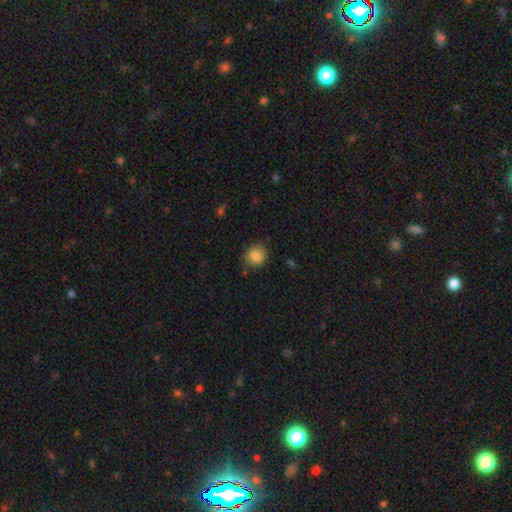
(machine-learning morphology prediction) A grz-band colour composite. It shows a smooth galaxy with no disk features (85%) that is round (80%). Merging: none (83%).